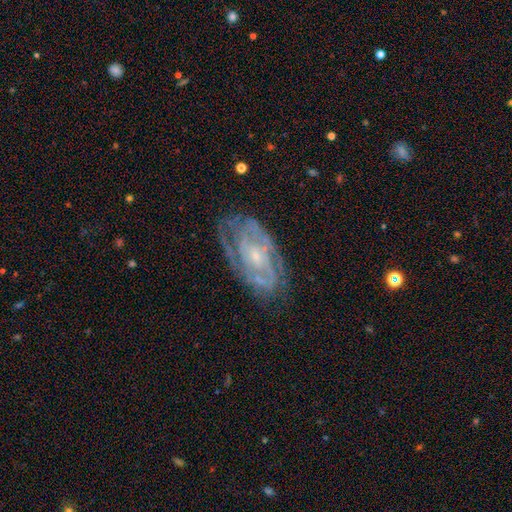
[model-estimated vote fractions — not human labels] smooth_or_featured: featured or disk (p=0.82) [alt: smooth p=0.12]
disk_edge_on: no (p=0.95) [alt: yes p=0.05]
bar: no (p=0.67) [alt: weak p=0.27]
has_spiral_arms: yes (p=0.88) [alt: no p=0.12]
spiral_winding: tight (p=0.60) [alt: medium p=0.31]
spiral_arm_count: can't tell (p=0.42) [alt: 2 p=0.30]
bulge_size: small (p=0.71) [alt: moderate p=0.22]
merging: none (p=0.67) [alt: minor disturbance p=0.21]